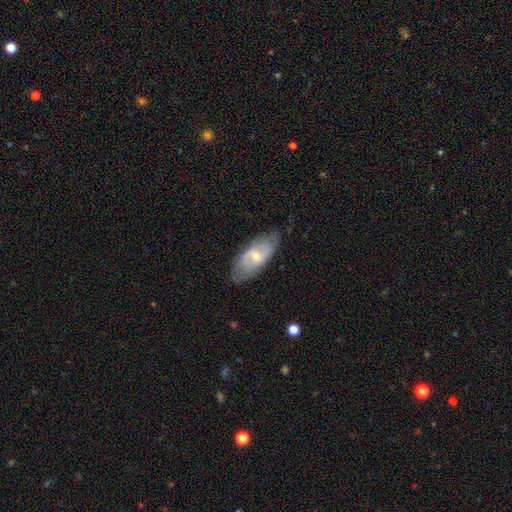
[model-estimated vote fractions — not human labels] smooth-or-featured: featured or disk: 61% | smooth: 33% | star or artifact: 6%
  disk-edge-on: no: 89% | yes: 11%
    bar: weak: 48% | no: 37% | strong: 15%
    has-spiral-arms: yes: 74% | no: 26%
    bulge-size: small: 55% | moderate: 40% | none: 2% | large: 2% | dominant: 1%
  merging: none: 76% | minor disturbance: 18% | major disturbance: 5% | merger: 1%